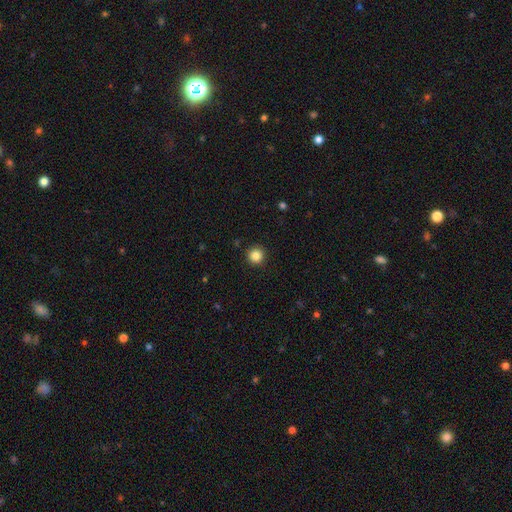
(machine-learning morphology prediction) A smooth galaxy with no disk features (85%) that is round (96%).

Vote fractions:
- Smooth or featured? smooth: 85% / star or artifact: 11% / featured or disk: 4%
- How rounded? round: 96% / in between: 3% / cigar-shaped: 1%
- Merging? none: 93% / minor disturbance: 5% / major disturbance: 2% / merger: 1%